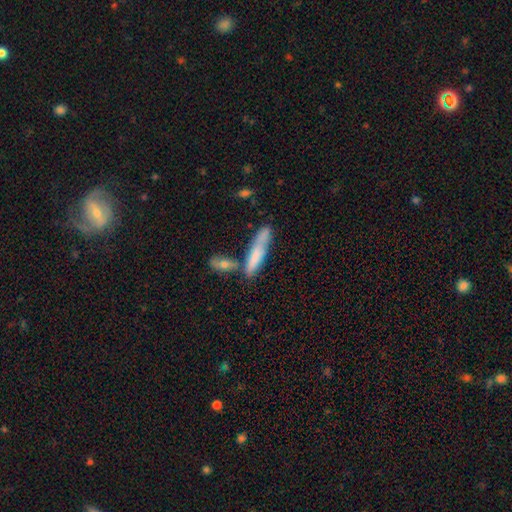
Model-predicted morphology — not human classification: A smooth galaxy with no disk features (71%) that is cigar-shaped (79%). Merging: none (51%).